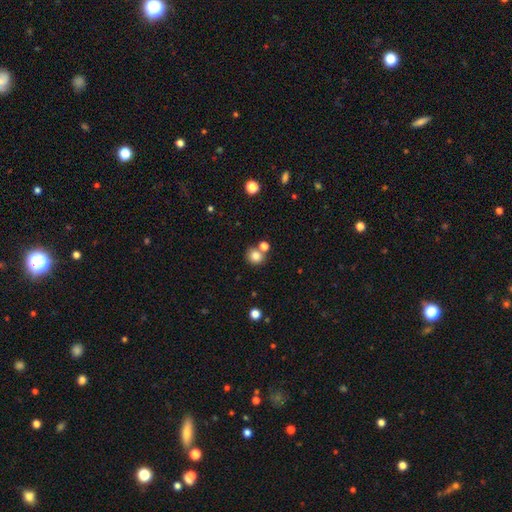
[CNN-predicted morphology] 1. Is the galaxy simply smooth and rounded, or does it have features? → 82% smooth, 12% star or artifact, 7% featured or disk.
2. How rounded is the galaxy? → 84% round, 15% in between, 1% cigar-shaped.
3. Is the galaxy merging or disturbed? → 64% none, 24% merger, 9% minor disturbance, 3% major disturbance.